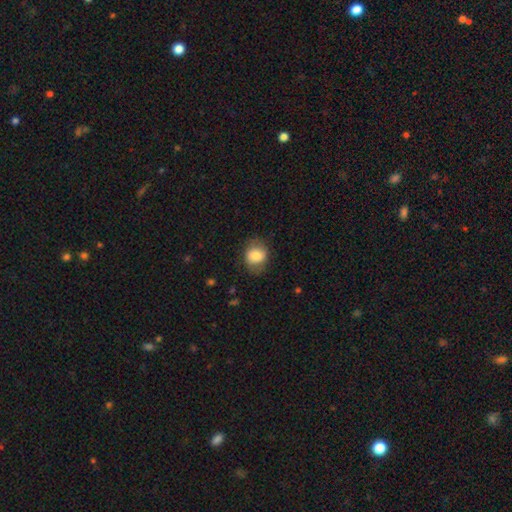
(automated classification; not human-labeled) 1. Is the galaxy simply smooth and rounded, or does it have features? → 80% smooth, 13% featured or disk, 8% star or artifact.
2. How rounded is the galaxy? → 62% round, 37% in between, 1% cigar-shaped.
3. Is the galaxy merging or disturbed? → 73% none, 19% minor disturbance, 7% major disturbance, 1% merger.